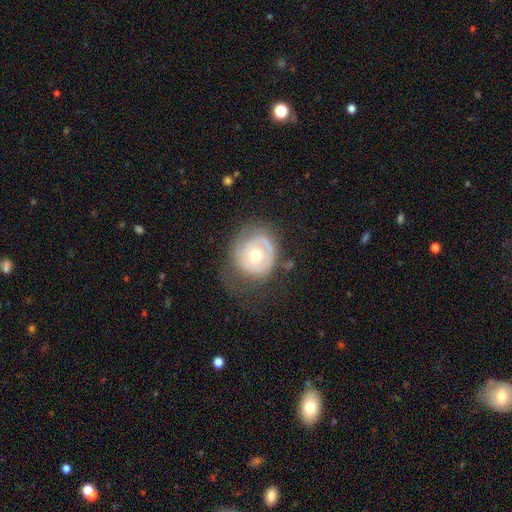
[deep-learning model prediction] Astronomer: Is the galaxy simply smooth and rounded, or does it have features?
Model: featured or disk — 63%.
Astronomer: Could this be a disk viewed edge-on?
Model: no — 97%.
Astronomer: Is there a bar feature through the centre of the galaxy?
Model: no — 79%.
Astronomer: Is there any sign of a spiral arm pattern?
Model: yes — 61% (runner-up: no, 39%).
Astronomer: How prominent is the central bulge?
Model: moderate — 74%.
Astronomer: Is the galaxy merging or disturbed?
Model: none — 56%.